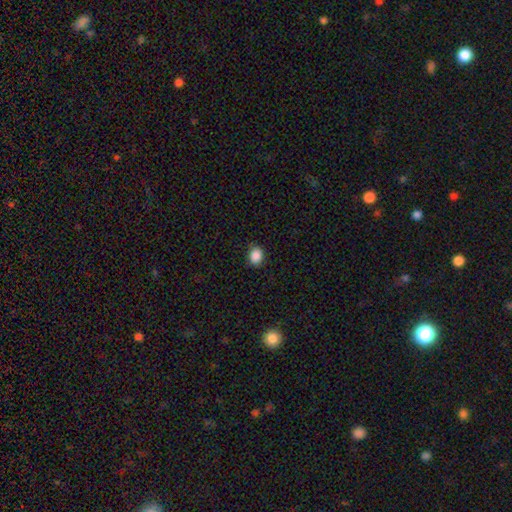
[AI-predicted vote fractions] A smooth galaxy with no disk features (88%) that is in between round and cigar-shaped (53%). Merging: none (85%).